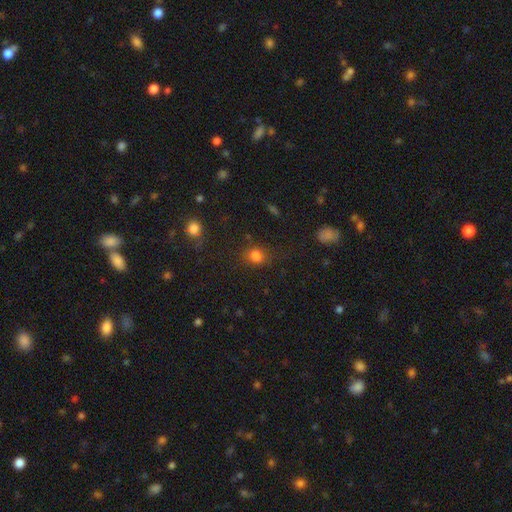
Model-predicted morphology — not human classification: Smooth or featured? Predicted: smooth (p=0.78). How rounded? Predicted: round (p=0.65). Merging? Predicted: none (p=0.71).